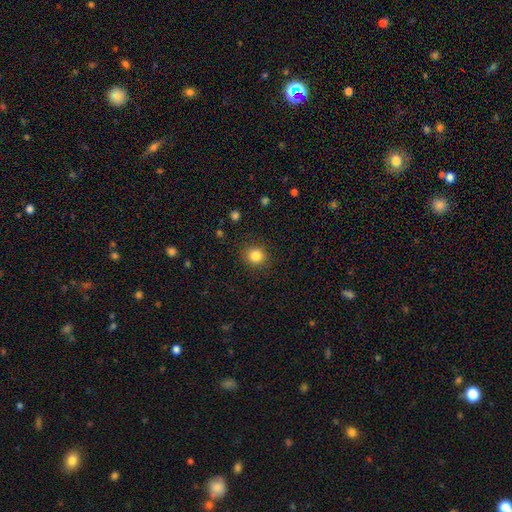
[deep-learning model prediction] Smooth or featured? smooth (83%)
How rounded? round (86%)
Merging? none (88%)